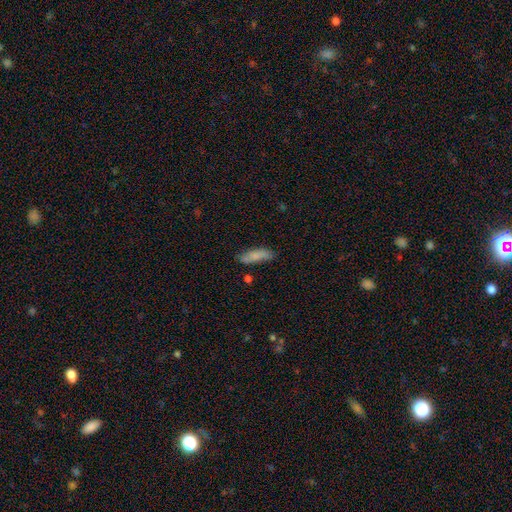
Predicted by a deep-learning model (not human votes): smooth 80%, featured or disk 14%, star or artifact 7%. Down the decision tree: how rounded — cigar-shaped (53%); merging — none (71%).